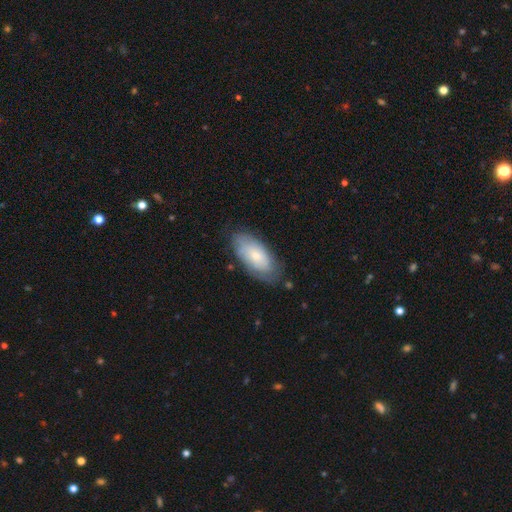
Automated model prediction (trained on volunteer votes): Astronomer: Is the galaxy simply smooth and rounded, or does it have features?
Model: smooth — 62%.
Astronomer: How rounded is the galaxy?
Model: in between — 91%.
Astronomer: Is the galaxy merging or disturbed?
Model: none — 73%.